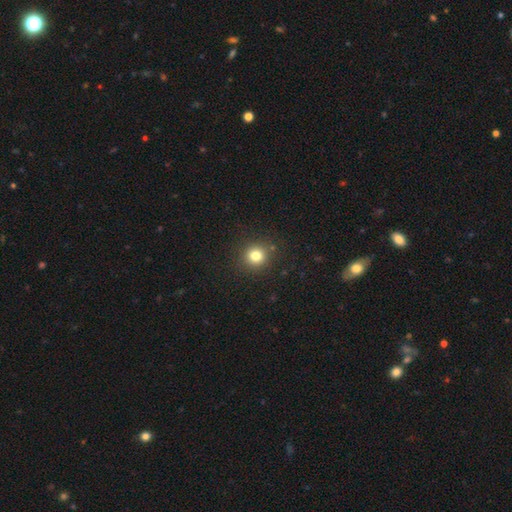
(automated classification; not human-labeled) Smooth or featured? Predicted: smooth (p=0.80). How rounded? Predicted: round (p=0.89). Merging? Predicted: none (p=0.88).